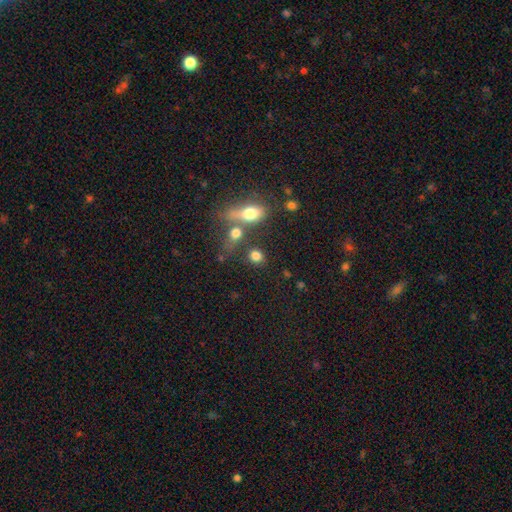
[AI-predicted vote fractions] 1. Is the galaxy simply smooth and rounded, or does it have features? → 80% smooth, 12% star or artifact, 8% featured or disk.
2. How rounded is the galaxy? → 64% round, 33% in between, 3% cigar-shaped.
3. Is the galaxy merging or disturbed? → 63% none, 20% merger, 10% minor disturbance, 6% major disturbance.